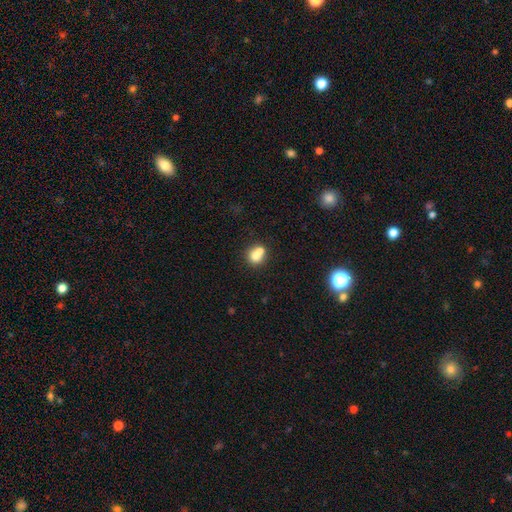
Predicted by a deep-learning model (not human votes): Overall: smooth (72%). How rounded: round (80%). Merging: merger (53%; none 37%).